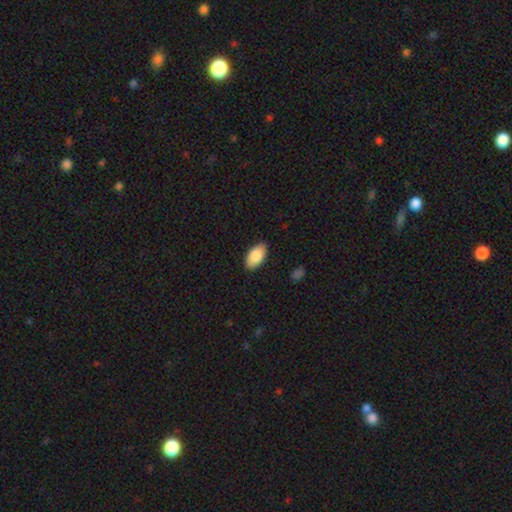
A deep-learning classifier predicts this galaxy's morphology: Smooth or featured? Predicted: smooth (p=0.86). How rounded? Predicted: in between (p=0.95). Merging? Predicted: none (p=0.87).